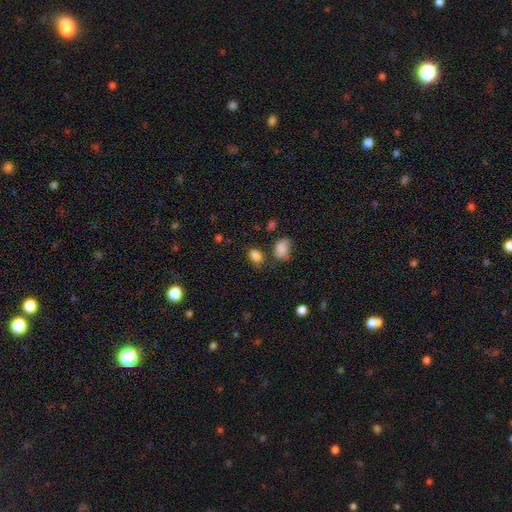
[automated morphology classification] Q: Smooth or featured?
A: smooth (82%); runner-up: star or artifact (12%)
Q: How rounded?
A: in between (72%); runner-up: round (26%)
Q: Merging?
A: none (57%); runner-up: minor disturbance (21%)